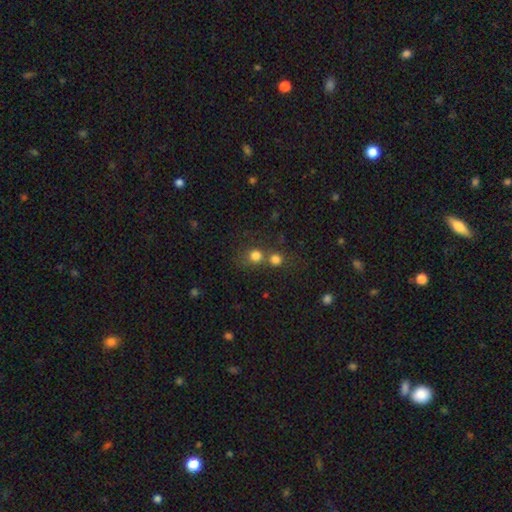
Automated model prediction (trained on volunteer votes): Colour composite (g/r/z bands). It shows a smooth galaxy with no disk features (78%) that is round (86%). Merging: none (49%).